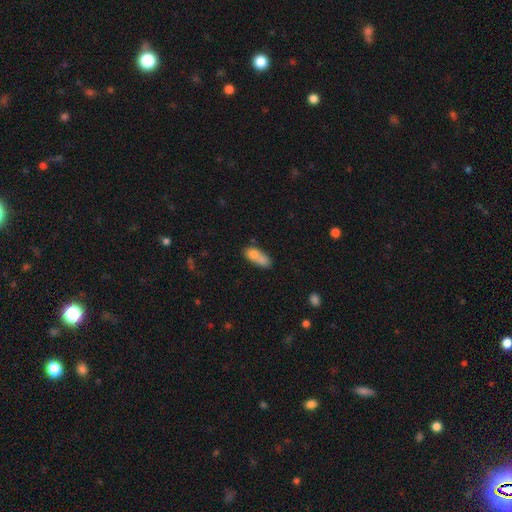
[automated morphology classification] smooth 74%, featured or disk 17%, star or artifact 9%. Down the decision tree: how rounded — in between (73%); merging — merger (47%).